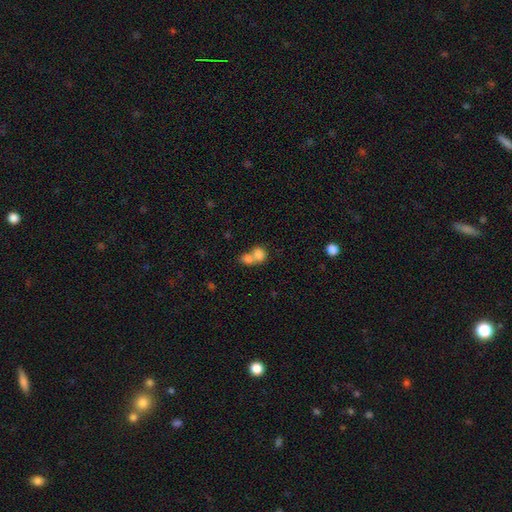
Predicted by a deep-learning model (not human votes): Smooth or featured?
  - smooth: 78% *
  - featured or disk: 12%
  - star or artifact: 9%
How rounded?
  - in between: 50% *
  - round: 48%
  - cigar-shaped: 1%
Merging?
  - merger: 72% *
  - none: 20%
  - minor disturbance: 5%
  - major disturbance: 3%